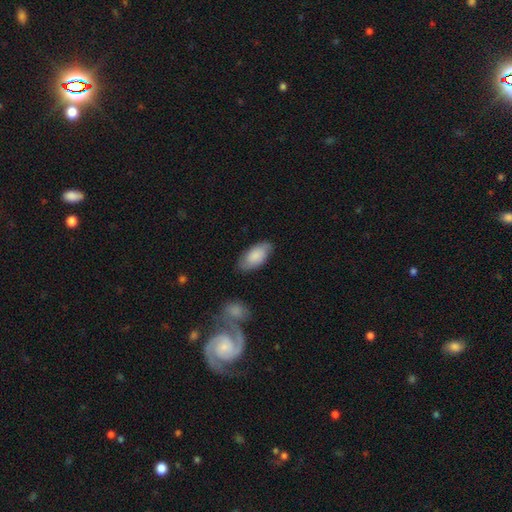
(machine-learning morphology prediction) type=smooth (81%); roundness=in between (93%); merging=none (78%).